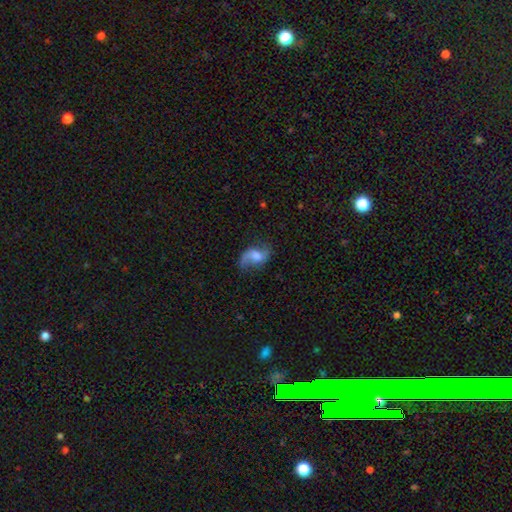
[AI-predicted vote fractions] Smooth or featured? Predicted: featured or disk (p=0.63). Edge-on disk? Predicted: no (p=0.96). Bar? Predicted: no (p=0.49). Spiral arms? Predicted: yes (p=0.91). Spiral winding? Predicted: loose (p=0.73). Spiral arm count? Predicted: 2 (p=0.82). Bulge size? Predicted: moderate (p=0.49). Merging? Predicted: none (p=0.63).